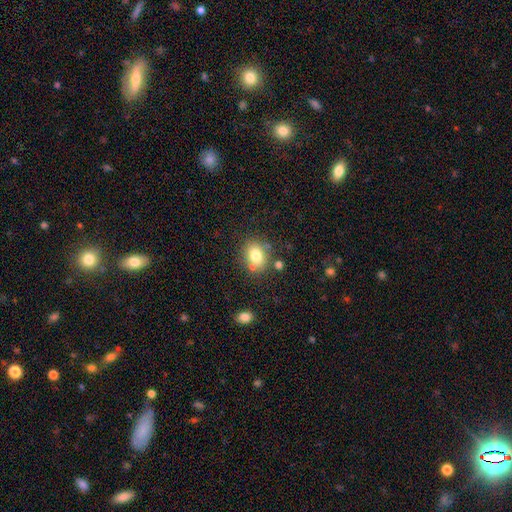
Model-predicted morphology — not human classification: type=smooth (78%); roundness=round (51%); merging=none (69%).